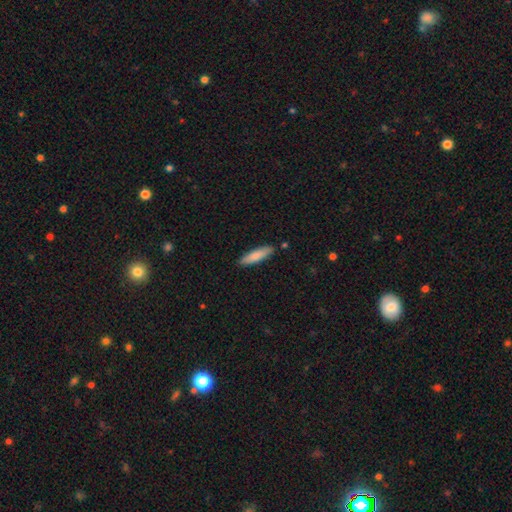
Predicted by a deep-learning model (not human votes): smooth-or-featured: smooth: 81% | featured or disk: 13% | star or artifact: 6%
  how-rounded: cigar-shaped: 74% | in between: 24% | round: 1%
  merging: none: 87% | minor disturbance: 9% | merger: 2% | major disturbance: 2%